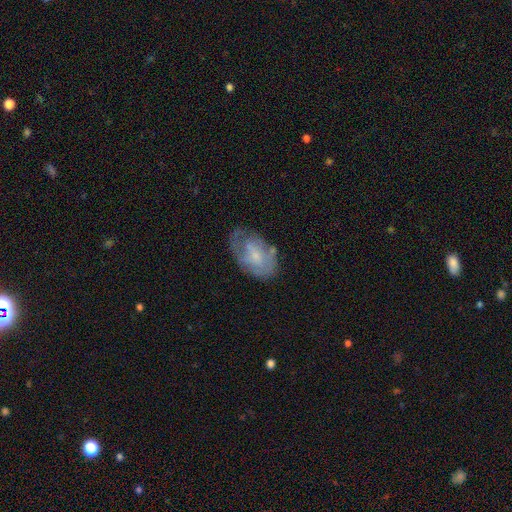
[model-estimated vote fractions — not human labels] Smooth or featured?
  - featured or disk: 55% *
  - smooth: 38%
  - star or artifact: 7%
Edge-on disk?
  - no: 95% *
  - yes: 5%
Bar?
  - no: 65% *
  - weak: 30%
  - strong: 5%
Spiral arms?
  - yes: 58% *
  - no: 42%
Bulge size?
  - small: 58% *
  - moderate: 27%
  - none: 12%
  - large: 2%
  - dominant: 1%
Merging?
  - none: 50% *
  - minor disturbance: 30%
  - major disturbance: 17%
  - merger: 3%